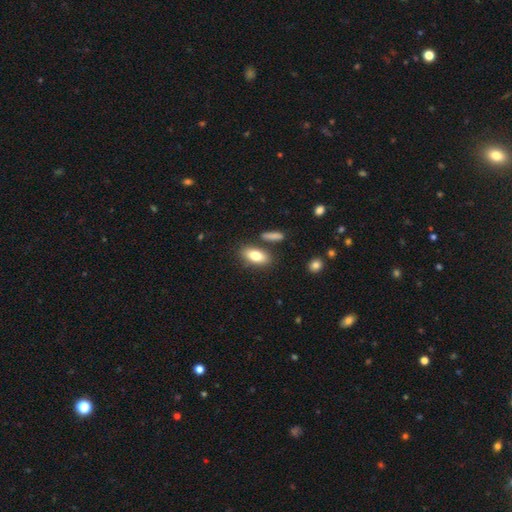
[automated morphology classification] Q: Smooth or featured?
A: smooth (80%); runner-up: featured or disk (13%)
Q: How rounded?
A: in between (86%); runner-up: cigar-shaped (9%)
Q: Merging?
A: none (78%); runner-up: minor disturbance (11%)